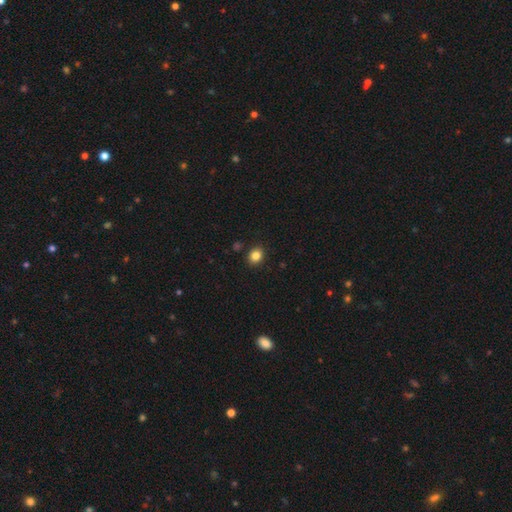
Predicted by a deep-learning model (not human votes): Smooth or featured: smooth — 85% (star or artifact — 11%)
How rounded: round — 63% (in between — 36%)
Merging: none — 89% (minor disturbance — 7%)